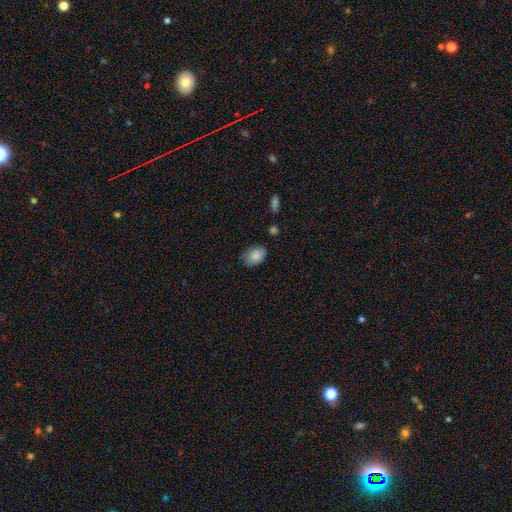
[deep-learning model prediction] smooth 85%, star or artifact 7%, featured or disk 7%. Down the decision tree: how rounded — in between (82%); merging — none (73%).